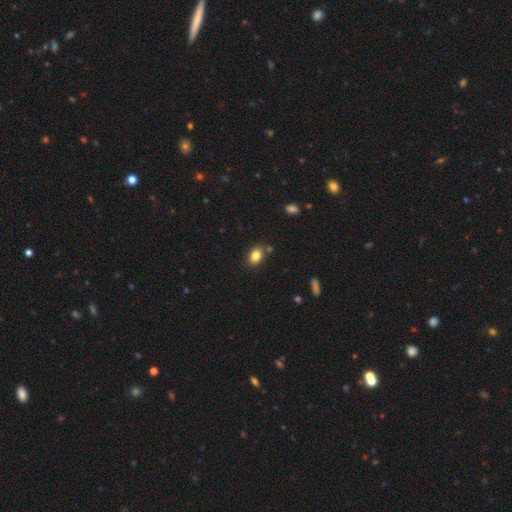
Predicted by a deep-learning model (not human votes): Smooth or featured? smooth (83%)
How rounded? in between (80%)
Merging? none (80%)